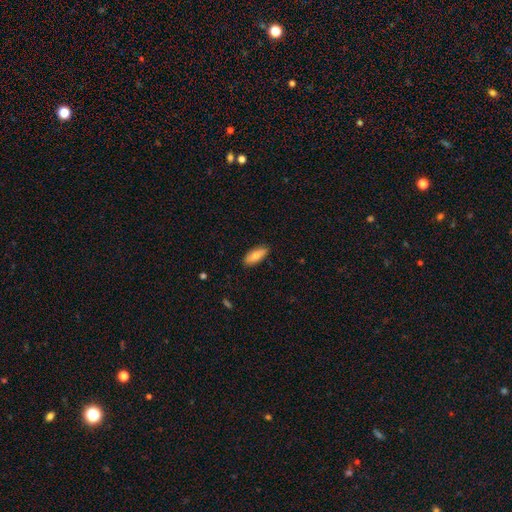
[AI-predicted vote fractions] Morphology: type=smooth (75%); roundness=in between (80%); merging=none (85%).